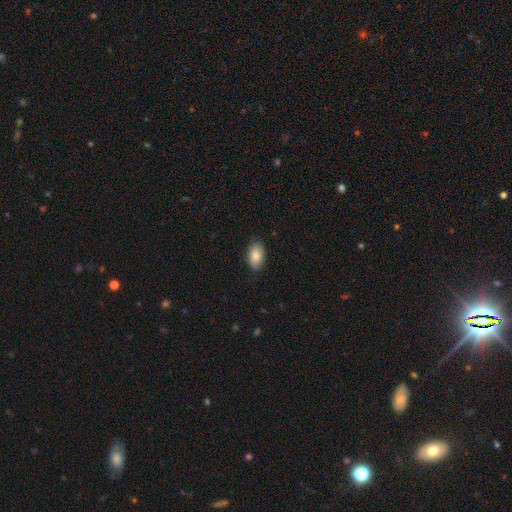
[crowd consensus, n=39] Morphology: type=smooth (87%); roundness=in between (94%); merging=none (81%).